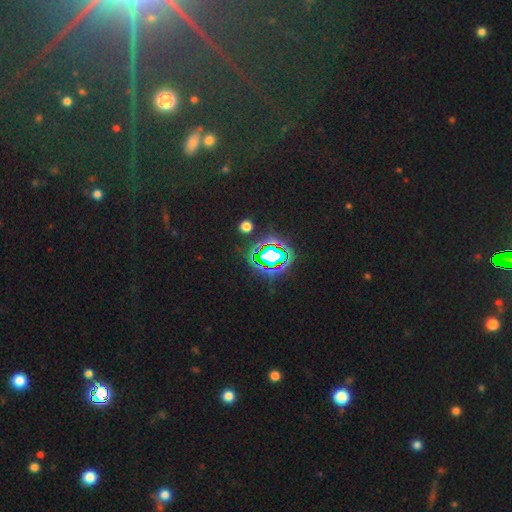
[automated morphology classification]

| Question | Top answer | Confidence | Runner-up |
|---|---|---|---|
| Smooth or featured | star or artifact | 76% | smooth (13%) |